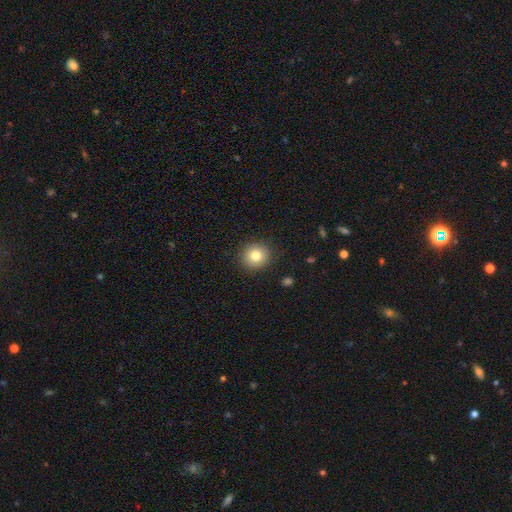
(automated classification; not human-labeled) Q: Smooth or featured?
A: smooth (80%); runner-up: star or artifact (10%)
Q: How rounded?
A: round (90%); runner-up: in between (9%)
Q: Merging?
A: none (89%); runner-up: minor disturbance (8%)